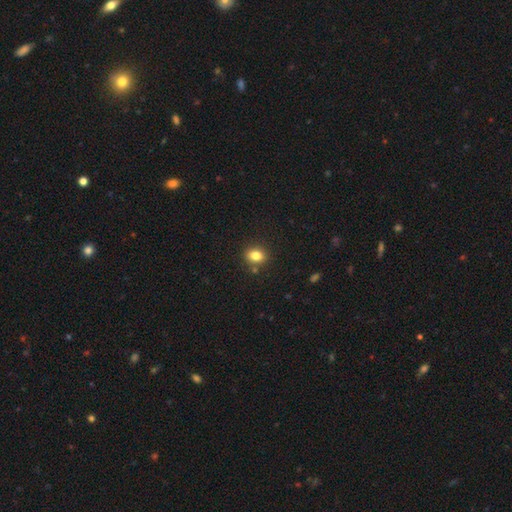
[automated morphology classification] Overall: smooth (82%). How rounded: in between (53%; round 46%). Merging: none (83%).